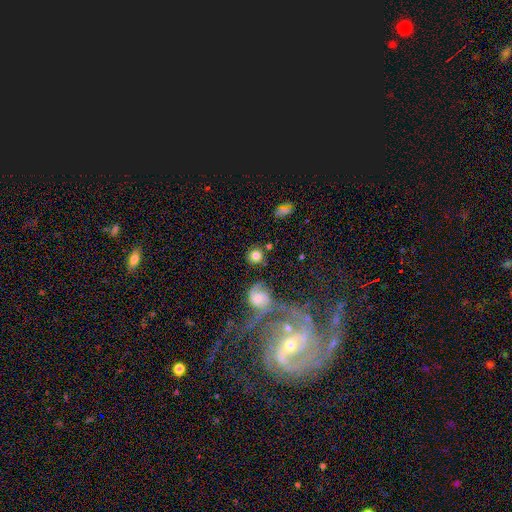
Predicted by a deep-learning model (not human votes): smooth-or-featured: smooth: 76% | featured or disk: 15% | star or artifact: 9%
  how-rounded: round: 90% | in between: 8% | cigar-shaped: 1%
  merging: none: 73% | minor disturbance: 11% | merger: 10% | major disturbance: 7%